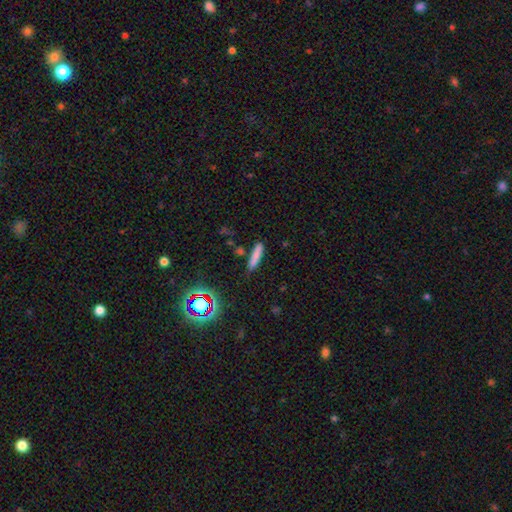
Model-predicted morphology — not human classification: This appears to be a smooth galaxy with no disk features (77%) that is cigar-shaped (84%). Merging: none (80%).